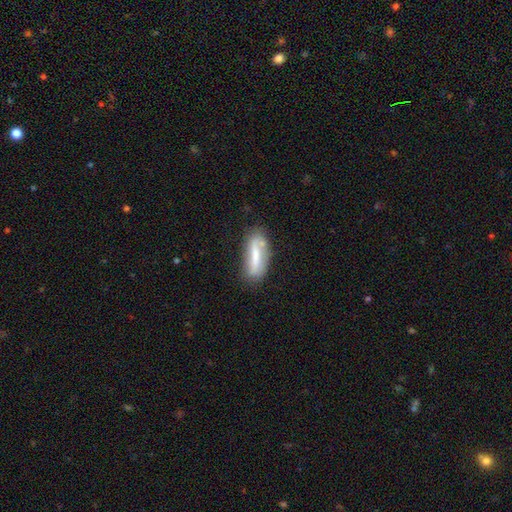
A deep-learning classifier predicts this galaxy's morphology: Q: Smooth or featured?
A: smooth (51%); runner-up: featured or disk (41%)
Q: How rounded?
A: in between (58%); runner-up: cigar-shaped (40%)
Q: Merging?
A: none (66%); runner-up: minor disturbance (23%)